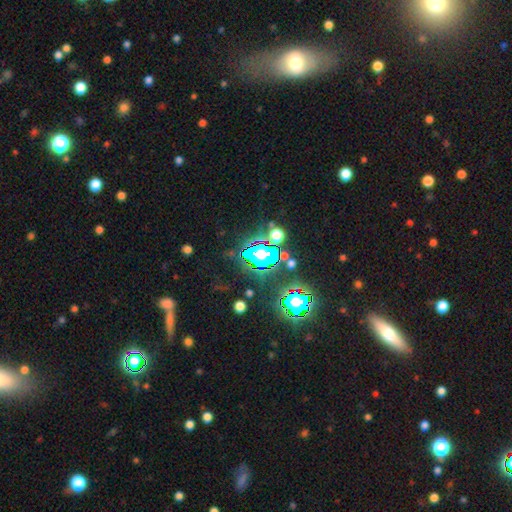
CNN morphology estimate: type=star or artifact (77%).